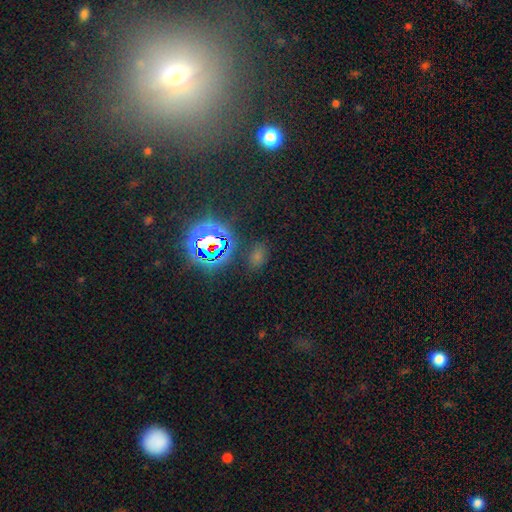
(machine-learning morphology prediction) smooth-or-featured: star or artifact: 58% | smooth: 34% | featured or disk: 8%